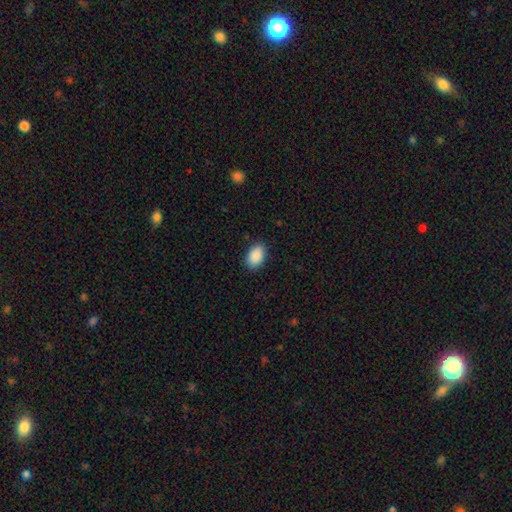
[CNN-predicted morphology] This is clearly a smooth galaxy (91%). How rounded: clearly in between (91%). Merging: clearly none (88%).